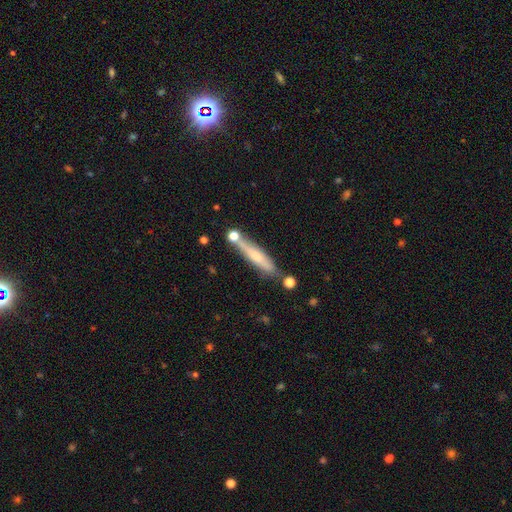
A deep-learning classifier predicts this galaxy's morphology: This is possibly a smooth galaxy (54%). How rounded: clearly cigar-shaped (88%). Merging: likely none (69%).